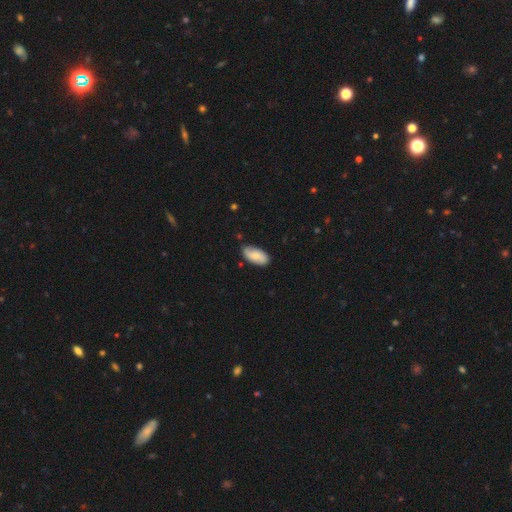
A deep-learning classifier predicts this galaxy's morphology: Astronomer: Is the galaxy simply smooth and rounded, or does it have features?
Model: smooth — 67%.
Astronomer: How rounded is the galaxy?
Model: in between — 94%.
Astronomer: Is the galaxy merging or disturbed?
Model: none — 77%.